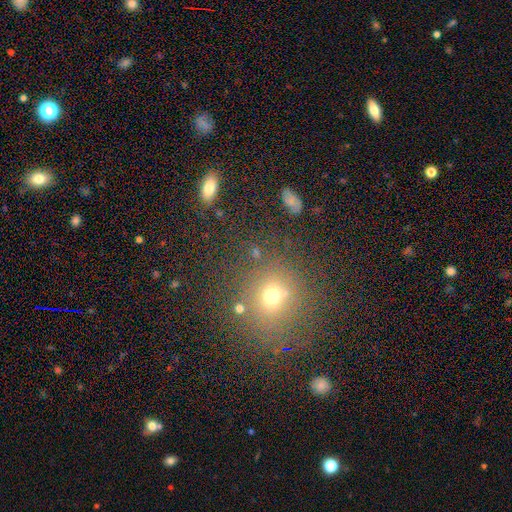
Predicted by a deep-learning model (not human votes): Q: Smooth or featured?
A: smooth (60%); runner-up: star or artifact (29%)
Q: How rounded?
A: round (86%); runner-up: in between (13%)
Q: Merging?
A: none (81%); runner-up: minor disturbance (10%)